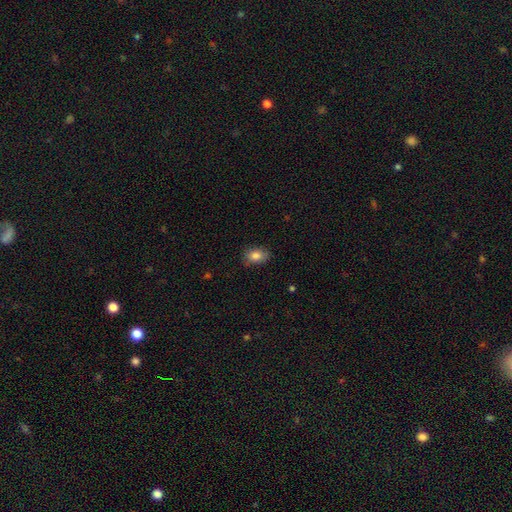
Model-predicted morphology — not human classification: The model was most divided on "how rounded": in between: 80%, round: 18%, cigar-shaped: 1%. More confident: smooth or featured — smooth (84%); merging — none (80%).